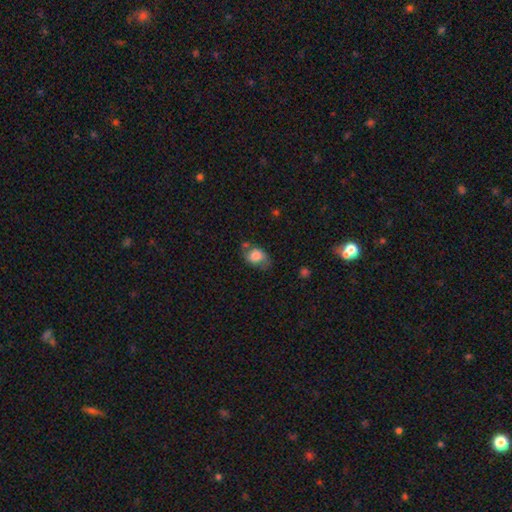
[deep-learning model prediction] smooth 70%, featured or disk 21%, star or artifact 8%. Down the decision tree: how rounded — in between (70%); merging — none (50%).